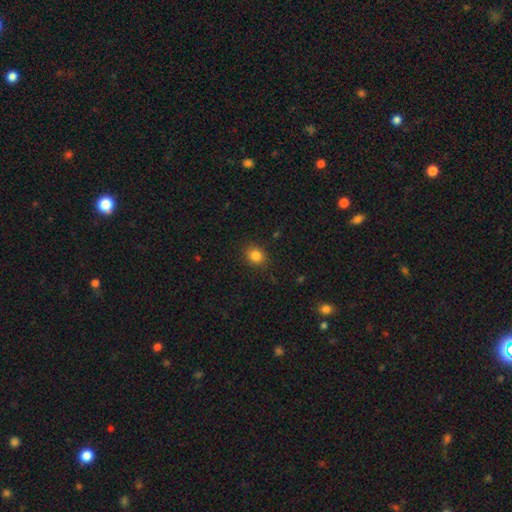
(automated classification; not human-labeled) Q: Smooth or featured?
A: smooth (84%); runner-up: star or artifact (11%)
Q: How rounded?
A: round (70%); runner-up: in between (29%)
Q: Merging?
A: none (87%); runner-up: minor disturbance (9%)